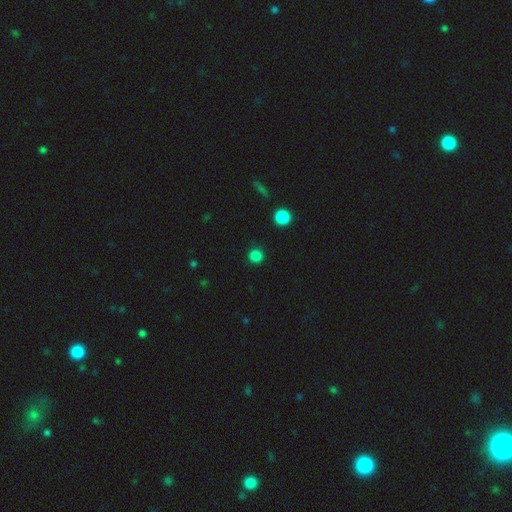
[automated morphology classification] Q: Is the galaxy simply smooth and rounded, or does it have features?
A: smooth — 83%.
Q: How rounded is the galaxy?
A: round — 93%.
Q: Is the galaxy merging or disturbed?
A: none — 91%.